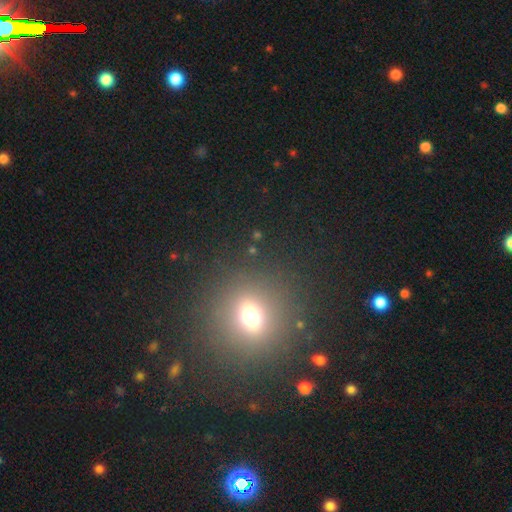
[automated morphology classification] A smooth galaxy with no disk features (55%) that is round (76%).

Vote fractions:
- Smooth or featured? smooth: 55% / star or artifact: 32% / featured or disk: 13%
- How rounded? round: 76% / in between: 22% / cigar-shaped: 3%
- Merging? none: 89% / minor disturbance: 6% / major disturbance: 3% / merger: 2%